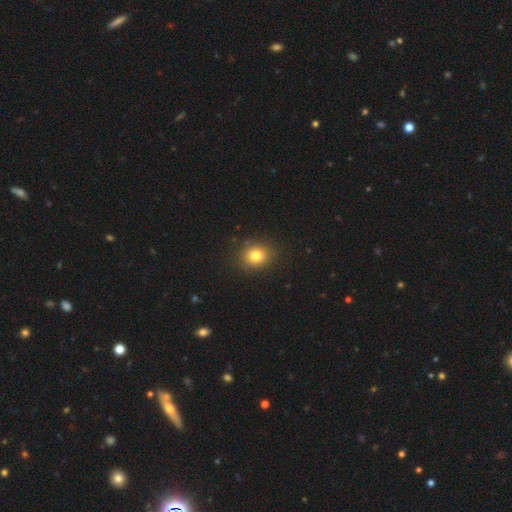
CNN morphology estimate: This appears to be a smooth galaxy with no disk features (80%) that is round (67%). Merging: none (87%).